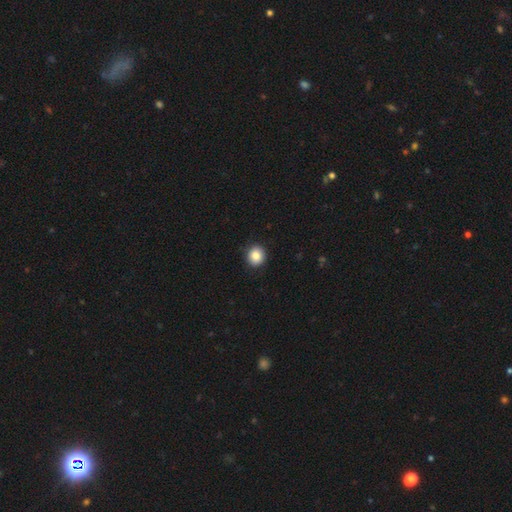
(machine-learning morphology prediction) smooth_or_featured: smooth (p=0.85) [alt: star or artifact p=0.09]
how_rounded: round (p=0.87) [alt: in between p=0.12]
merging: none (p=0.91) [alt: minor disturbance p=0.06]